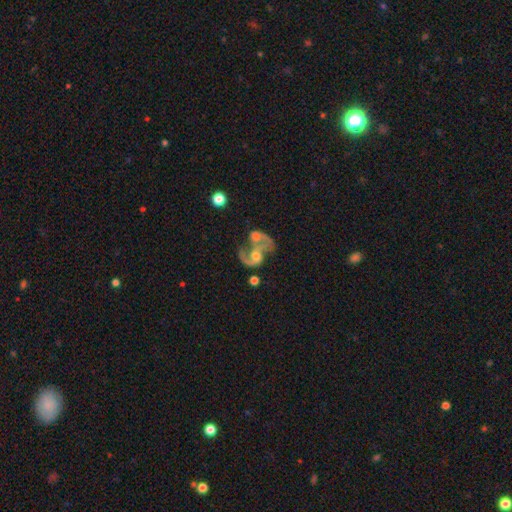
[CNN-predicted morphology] Smooth or featured: featured or disk — 80% (smooth — 11%)
Edge-on disk: no — 97% (yes — 3%)
Bar: no — 62% (weak — 29%)
Spiral arms: yes — 84% (no — 16%)
Spiral winding: loose — 47% (medium — 41%)
Spiral arm count: 2 — 80% (1 — 9%)
Bulge size: moderate — 57% (small — 25%)
Merging: merger — 35% (none — 30%)